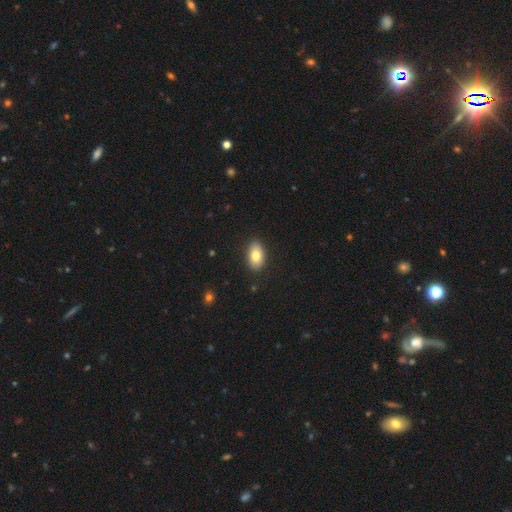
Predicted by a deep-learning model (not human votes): Smooth or featured? smooth (78%)
How rounded? in between (91%)
Merging? none (88%)